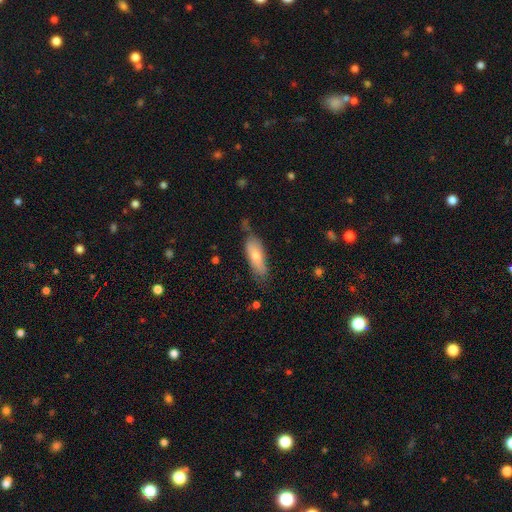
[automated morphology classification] Smooth or featured? smooth (75%)
How rounded? in between (61%)
Merging? none (62%)